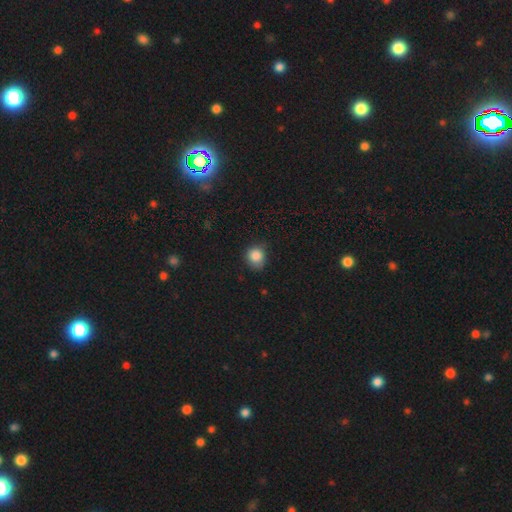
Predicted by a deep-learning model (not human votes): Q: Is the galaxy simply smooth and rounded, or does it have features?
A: smooth — 85%.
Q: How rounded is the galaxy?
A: round — 79%.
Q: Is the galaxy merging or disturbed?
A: none — 69%.